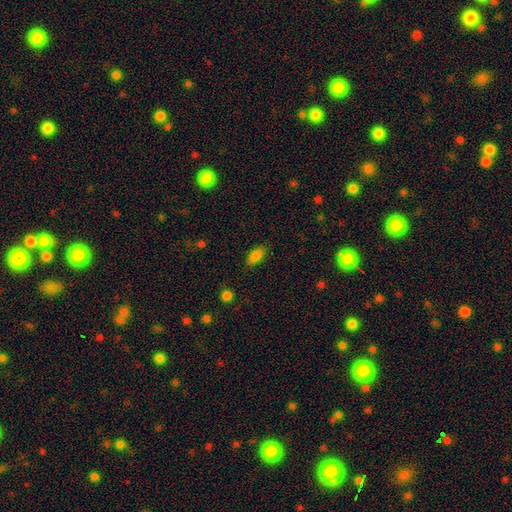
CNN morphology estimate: This is clearly a smooth galaxy (84%). How rounded: clearly in between (89%). Merging: clearly none (83%).